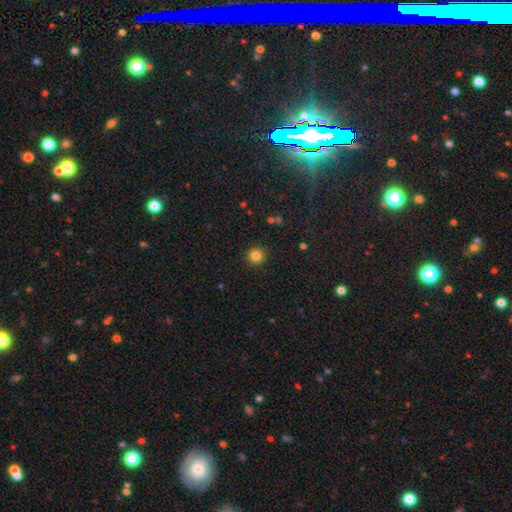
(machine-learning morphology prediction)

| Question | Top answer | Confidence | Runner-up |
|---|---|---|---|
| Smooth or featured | smooth | 83% | star or artifact (12%) |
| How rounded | round | 94% | in between (5%) |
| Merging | none | 91% | minor disturbance (5%) |